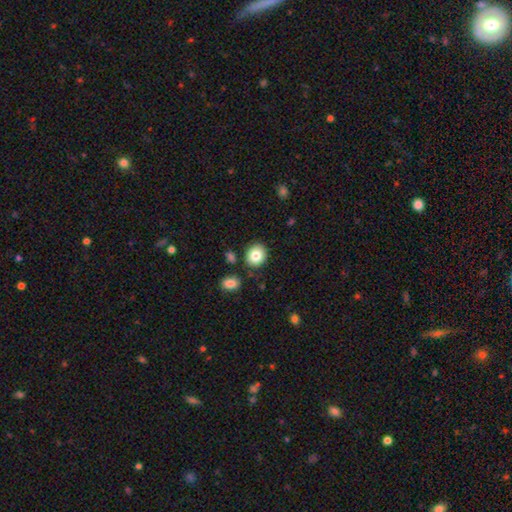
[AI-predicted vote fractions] smooth_or_featured: smooth (p=0.83) [alt: featured or disk p=0.08]
how_rounded: round (p=0.68) [alt: in between p=0.31]
merging: none (p=0.82) [alt: minor disturbance p=0.10]